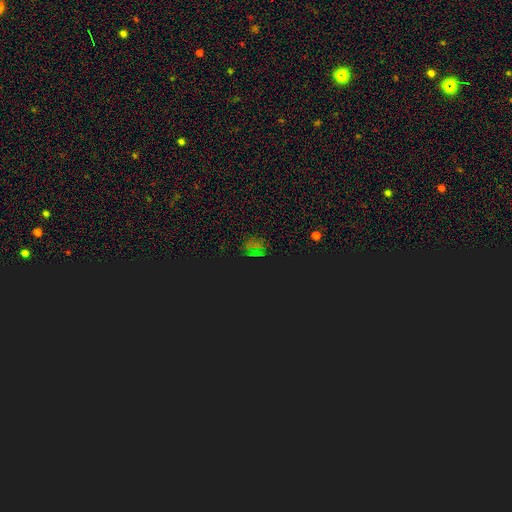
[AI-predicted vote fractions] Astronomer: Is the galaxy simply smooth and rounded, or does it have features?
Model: star or artifact — 75%.